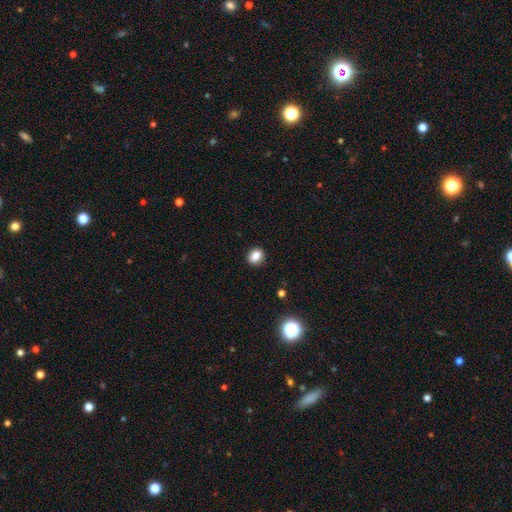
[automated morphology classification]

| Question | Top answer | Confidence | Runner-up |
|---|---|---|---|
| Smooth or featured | smooth | 83% | star or artifact (11%) |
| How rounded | round | 55% | in between (44%) |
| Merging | none | 88% | minor disturbance (8%) |